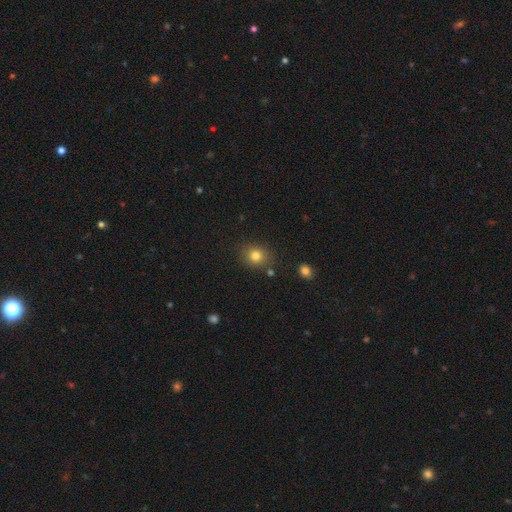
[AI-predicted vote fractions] smooth 80%, star or artifact 13%, featured or disk 8%. Down the decision tree: how rounded — round (71%); merging — none (82%).